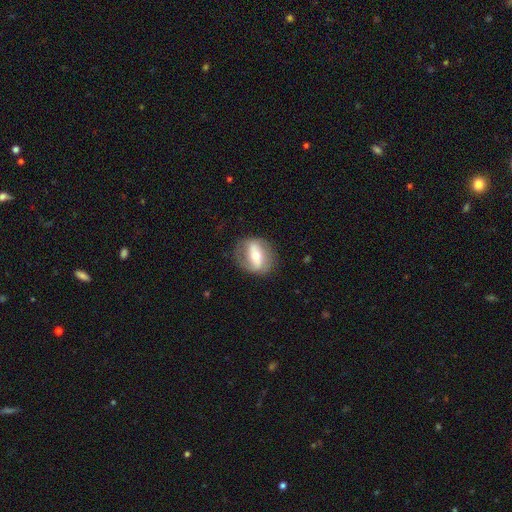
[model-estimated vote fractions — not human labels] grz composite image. It shows a featured or disk galaxy (62%) with a strong bar (55%), spiral arms (61%) and a moderate central bulge (58%). Merging: none (75%).